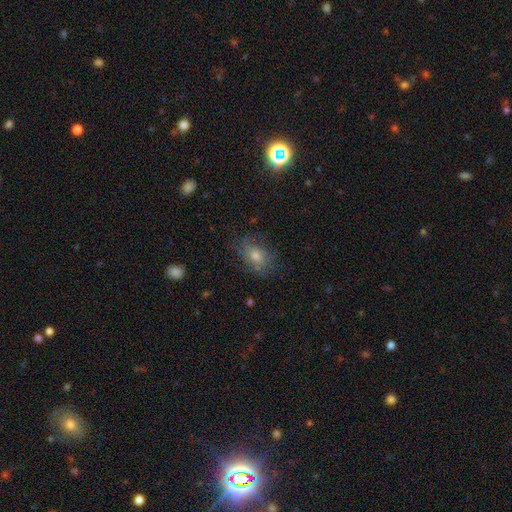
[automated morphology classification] Smooth or featured?
  - smooth: 53% *
  - featured or disk: 28%
  - star or artifact: 19%
How rounded?
  - in between: 69% *
  - round: 29%
  - cigar-shaped: 2%
Merging?
  - none: 70% *
  - minor disturbance: 20%
  - major disturbance: 9%
  - merger: 1%